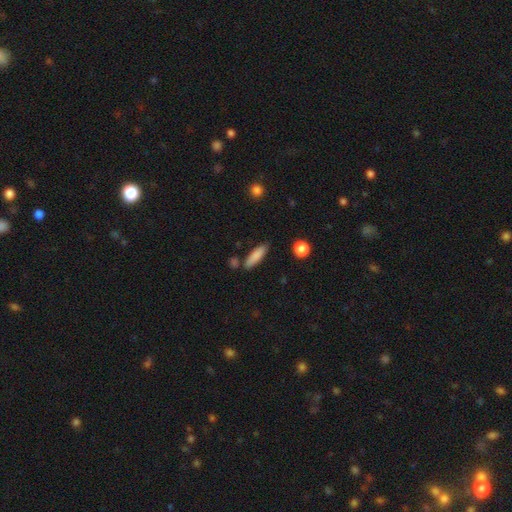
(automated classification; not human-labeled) The model was most divided on "how rounded": cigar-shaped: 65%, in between: 33%, round: 2%. More confident: smooth or featured — smooth (84%); merging — none (79%).